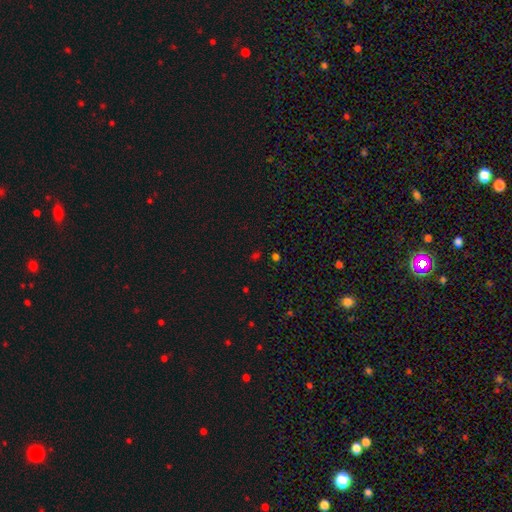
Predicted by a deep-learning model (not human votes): A star or artifact, not a galaxy (51%).

Vote fractions:
- Smooth or featured? star or artifact: 51% / smooth: 43% / featured or disk: 6%